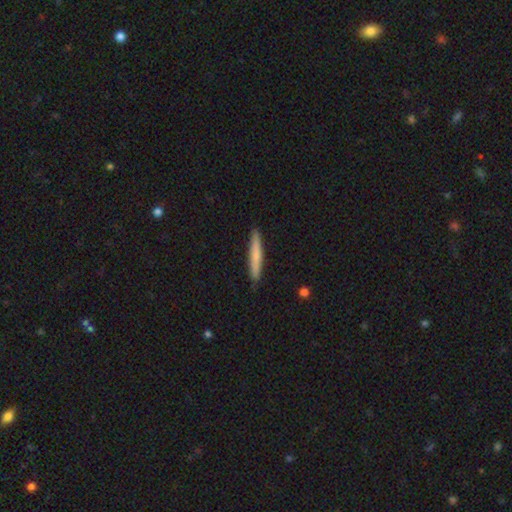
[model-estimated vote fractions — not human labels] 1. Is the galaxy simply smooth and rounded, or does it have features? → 72% smooth, 23% featured or disk, 5% star or artifact.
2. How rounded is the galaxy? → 95% cigar-shaped, 4% in between, 1% round.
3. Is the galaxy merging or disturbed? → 91% none, 7% minor disturbance, 1% major disturbance, 1% merger.